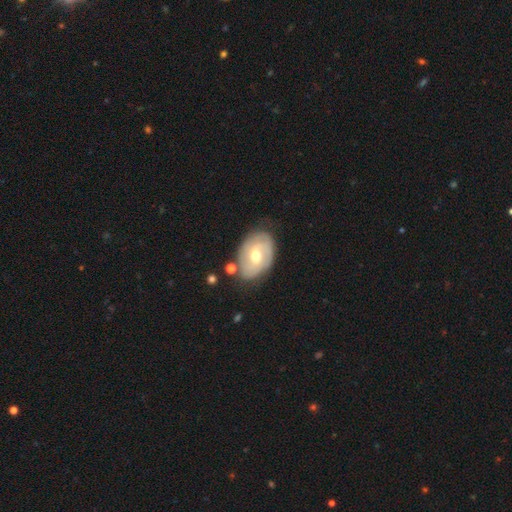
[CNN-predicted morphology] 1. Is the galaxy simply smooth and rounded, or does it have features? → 69% featured or disk, 25% smooth, 6% star or artifact.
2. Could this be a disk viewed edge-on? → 95% no, 5% yes.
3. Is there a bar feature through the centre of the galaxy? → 47% no, 44% weak, 9% strong.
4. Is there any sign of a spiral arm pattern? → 80% yes, 20% no.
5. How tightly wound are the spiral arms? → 57% tight, 31% medium, 12% loose.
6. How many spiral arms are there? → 50% 2, 30% can't tell, 10% 3, 4% 1, 3% 4, 2% more than 4.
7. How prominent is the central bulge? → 73% moderate, 21% small, 4% large, 1% none, 1% dominant.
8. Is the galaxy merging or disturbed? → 73% none, 19% minor disturbance, 5% major disturbance, 4% merger.